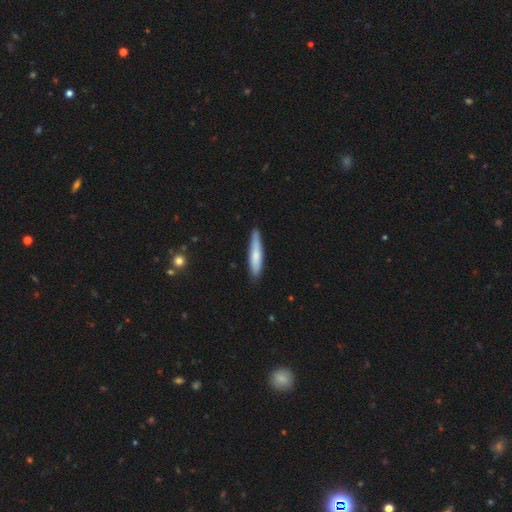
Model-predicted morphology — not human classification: This appears to be a smooth galaxy with no disk features (71%) that is cigar-shaped (88%). Merging: none (82%).